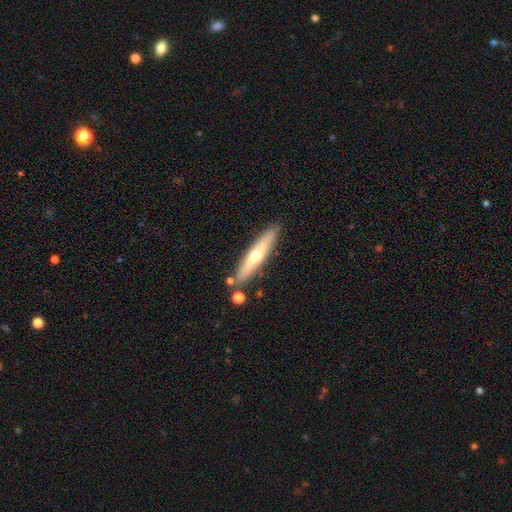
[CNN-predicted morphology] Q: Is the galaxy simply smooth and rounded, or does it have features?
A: featured or disk — 49%.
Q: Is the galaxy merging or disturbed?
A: none — 83%.